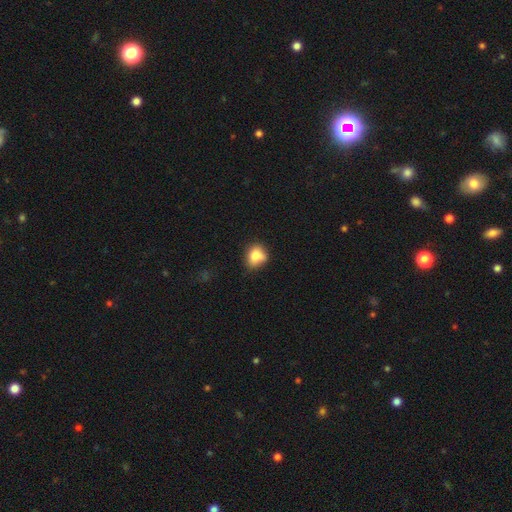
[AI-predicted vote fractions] A smooth galaxy with no disk features (79%) that is round (60%).

Vote fractions:
- Smooth or featured? smooth: 79% / featured or disk: 11% / star or artifact: 10%
- How rounded? round: 60% / in between: 39% / cigar-shaped: 1%
- Merging? none: 54% / minor disturbance: 32% / major disturbance: 8% / merger: 6%